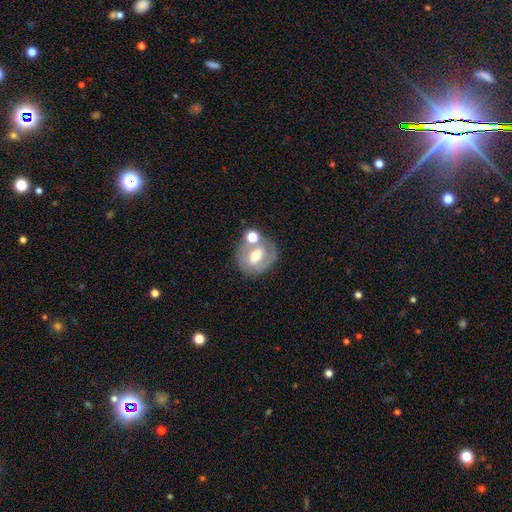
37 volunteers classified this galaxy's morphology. Volunteers were most divided on "bar": weak: 45%, no: 32%, strong: 23%. More confident: edge-on disk — no (100%); bulge size — moderate (77%); smooth or featured — featured or disk (59%); spiral arms — no (59%); merging — none (58%).